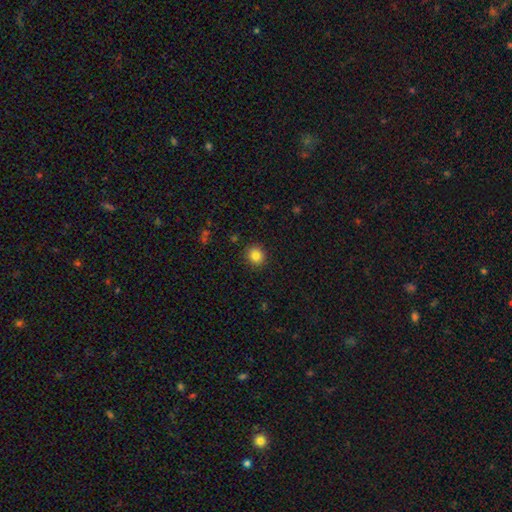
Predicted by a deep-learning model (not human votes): Q: Smooth or featured?
A: smooth (84%); runner-up: star or artifact (11%)
Q: How rounded?
A: round (87%); runner-up: in between (12%)
Q: Merging?
A: none (90%); runner-up: minor disturbance (6%)